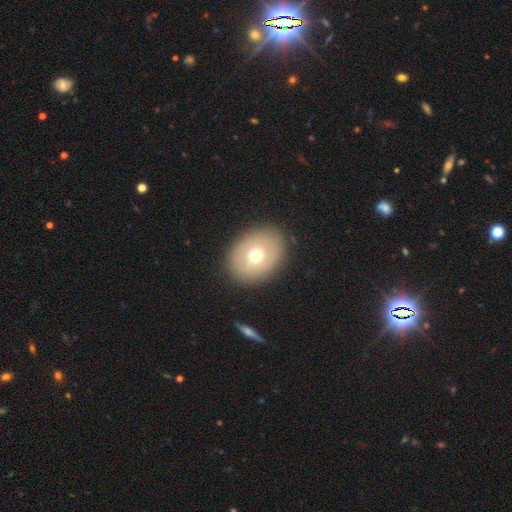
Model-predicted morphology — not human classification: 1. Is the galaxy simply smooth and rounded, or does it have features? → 65% smooth, 27% featured or disk, 9% star or artifact.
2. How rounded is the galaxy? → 62% in between, 37% round, 1% cigar-shaped.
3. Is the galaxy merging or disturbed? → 87% none, 8% minor disturbance, 3% major disturbance, 1% merger.